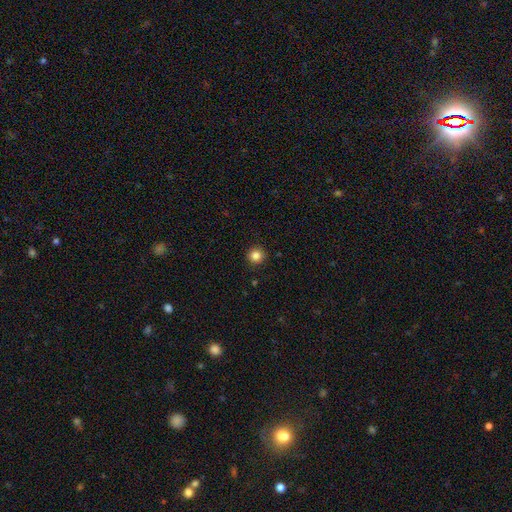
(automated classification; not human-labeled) smooth-or-featured: smooth: 84% | star or artifact: 12% | featured or disk: 4%
  how-rounded: round: 94% | in between: 5% | cigar-shaped: 1%
  merging: none: 92% | minor disturbance: 5% | major disturbance: 2% | merger: 1%